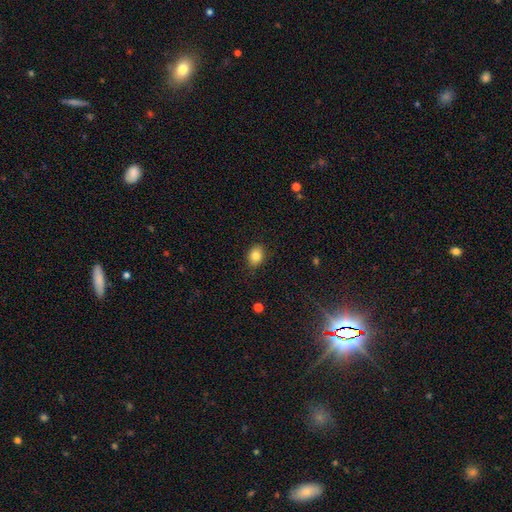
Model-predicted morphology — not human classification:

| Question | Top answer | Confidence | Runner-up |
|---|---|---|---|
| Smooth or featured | smooth | 84% | star or artifact (9%) |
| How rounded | in between | 62% | round (37%) |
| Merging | none | 84% | minor disturbance (12%) |